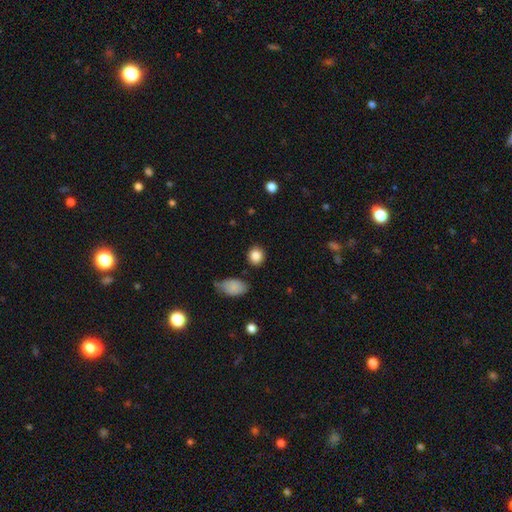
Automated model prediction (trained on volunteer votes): smooth-or-featured: smooth: 86% | star or artifact: 9% | featured or disk: 5%
  how-rounded: round: 79% | in between: 20% | cigar-shaped: 1%
  merging: none: 85% | minor disturbance: 10% | merger: 3% | major disturbance: 3%